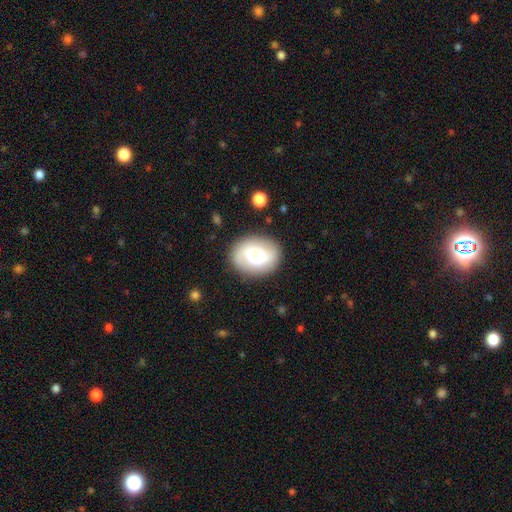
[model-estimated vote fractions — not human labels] This appears to be a smooth galaxy with no disk features (51%) that is in between round and cigar-shaped (59%). Merging: none (81%).